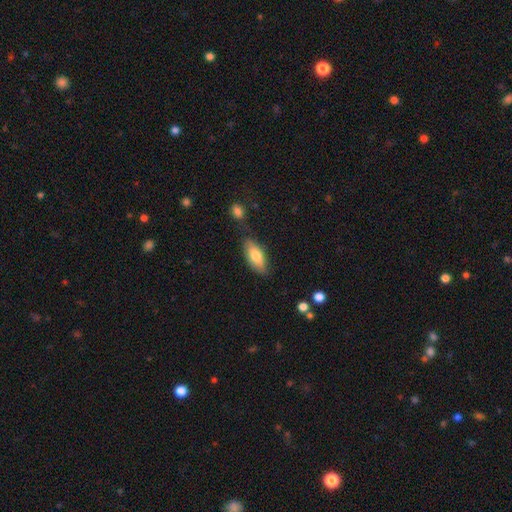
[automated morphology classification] This is likely a smooth galaxy (76%). How rounded: clearly in between (82%). Merging: likely none (71%).